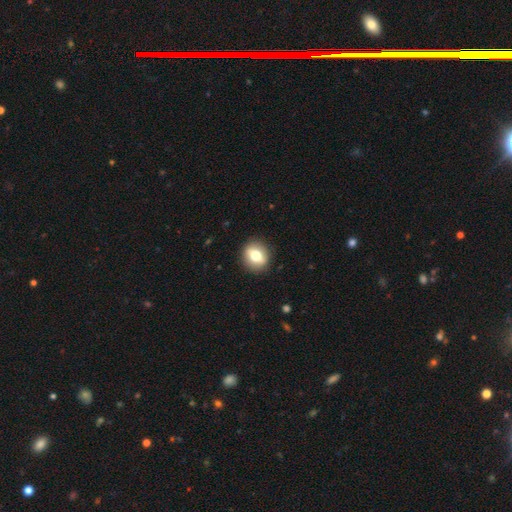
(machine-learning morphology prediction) Smooth or featured: smooth — 68% (featured or disk — 23%)
How rounded: round — 72% (in between — 27%)
Merging: none — 89% (minor disturbance — 8%)